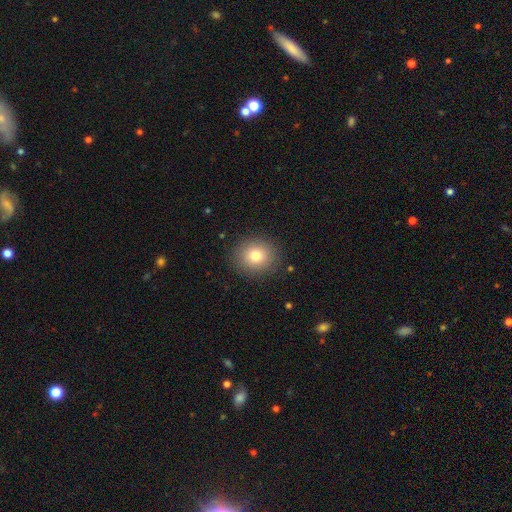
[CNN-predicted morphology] type=smooth (78%); roundness=round (80%); merging=none (88%).